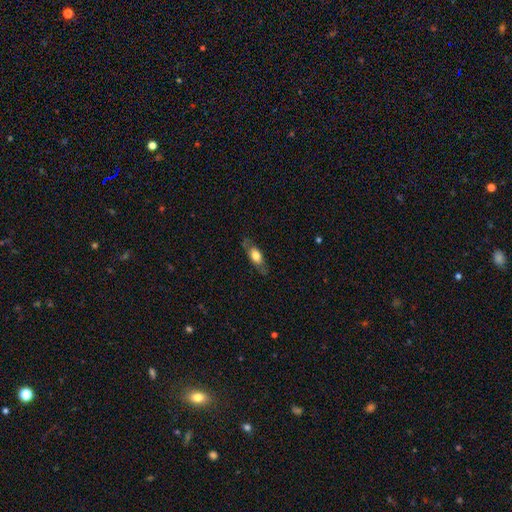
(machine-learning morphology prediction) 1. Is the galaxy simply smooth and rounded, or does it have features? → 59% smooth, 34% featured or disk, 7% star or artifact.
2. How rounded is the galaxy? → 69% in between, 26% cigar-shaped, 5% round.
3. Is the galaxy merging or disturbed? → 72% none, 20% minor disturbance, 7% major disturbance, 2% merger.